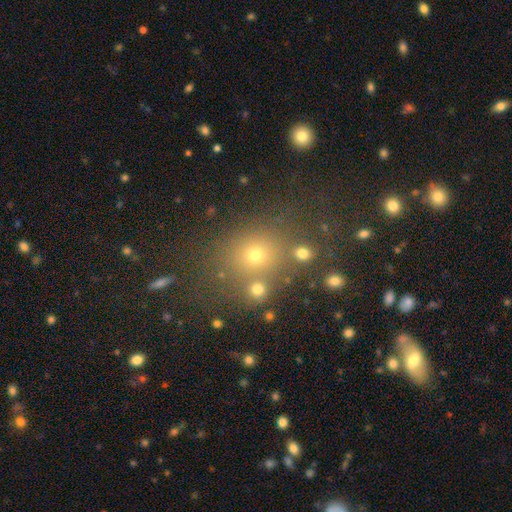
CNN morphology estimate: Smooth or featured: smooth — 65% (star or artifact — 25%)
How rounded: round — 77% (in between — 21%)
Merging: none — 71% (merger — 13%)